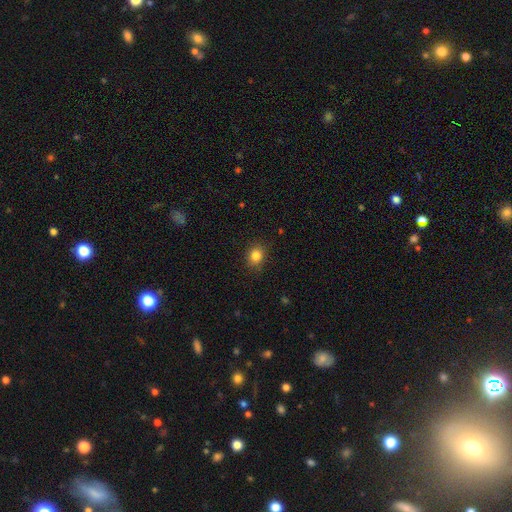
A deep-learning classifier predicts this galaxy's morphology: Overall: smooth (84%). How rounded: round (57%; in between 42%). Merging: none (86%).